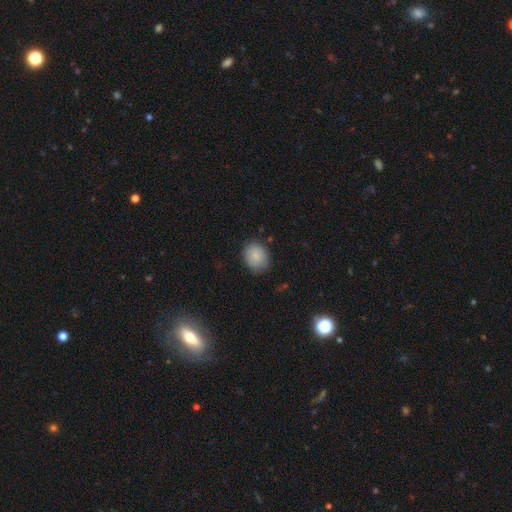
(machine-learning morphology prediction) Q: Smooth or featured?
A: smooth (83%); runner-up: featured or disk (9%)
Q: How rounded?
A: round (52%); runner-up: in between (47%)
Q: Merging?
A: none (80%); runner-up: minor disturbance (15%)